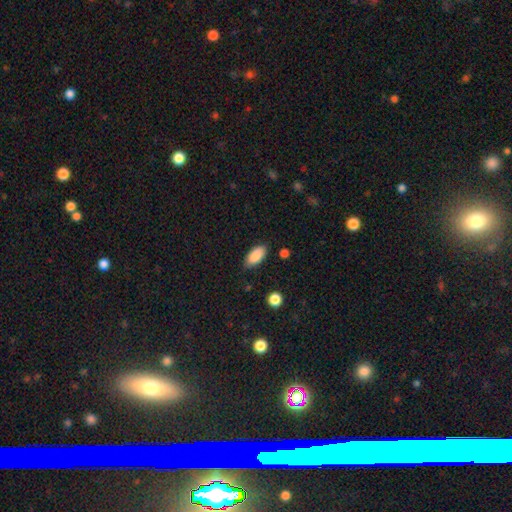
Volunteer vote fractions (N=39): Morphology: type=smooth (90%); roundness=in between (94%); merging=none (68%).